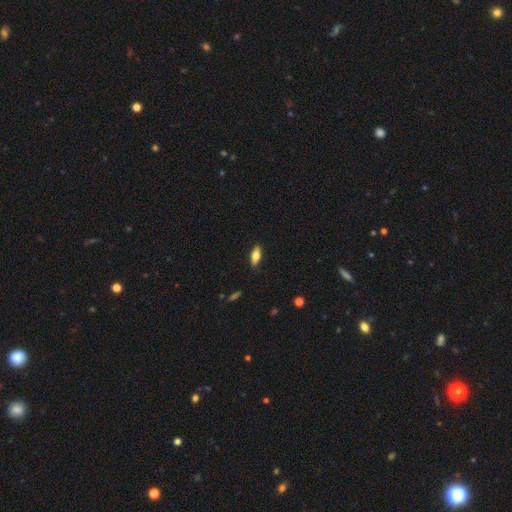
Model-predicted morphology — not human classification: A smooth galaxy with no disk features (67%) that is in between round and cigar-shaped (72%). Merging: none (88%).